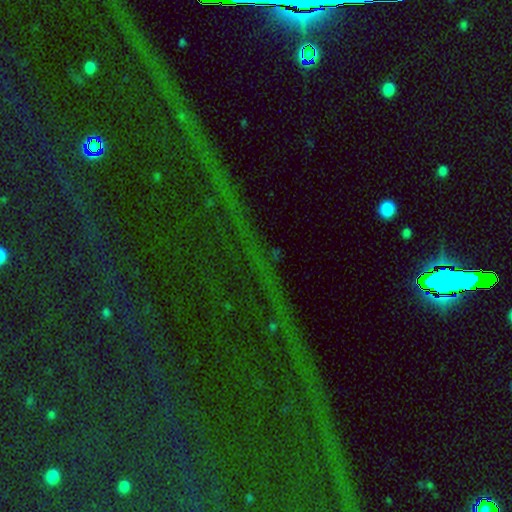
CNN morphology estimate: Q: Smooth or featured?
A: star or artifact (81%); runner-up: featured or disk (10%)